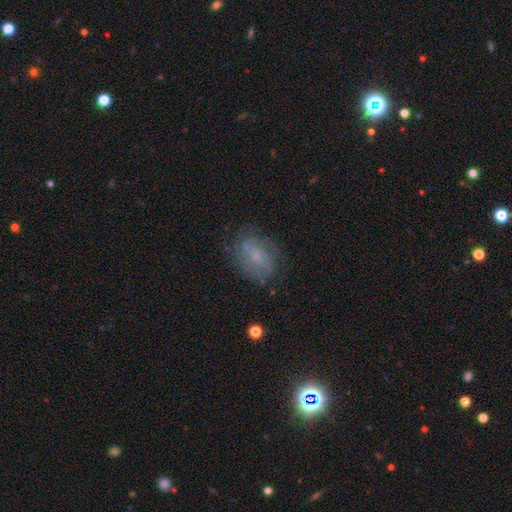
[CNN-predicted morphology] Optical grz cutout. It shows a featured or disk galaxy (51%). Merging: none (69%).